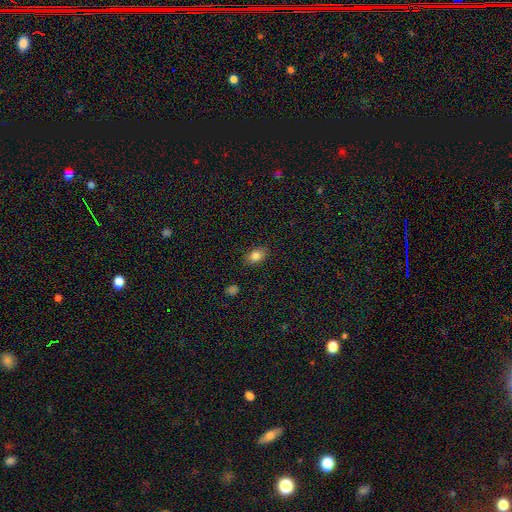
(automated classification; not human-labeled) The model was most divided on "how rounded": in between: 80%, round: 19%, cigar-shaped: 2%. More confident: merging — none (86%); smooth or featured — smooth (84%).